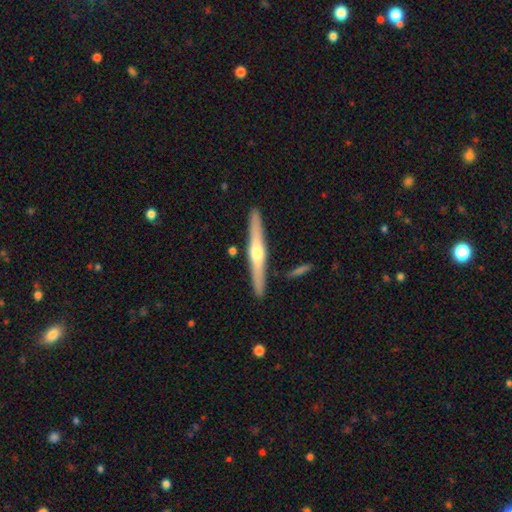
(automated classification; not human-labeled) Smooth or featured: featured or disk — 70% (smooth — 24%)
Edge-on disk: yes — 97% (no — 3%)
Edge-on bulge: rounded — 88% (none — 9%)
Merging: none — 89% (minor disturbance — 7%)